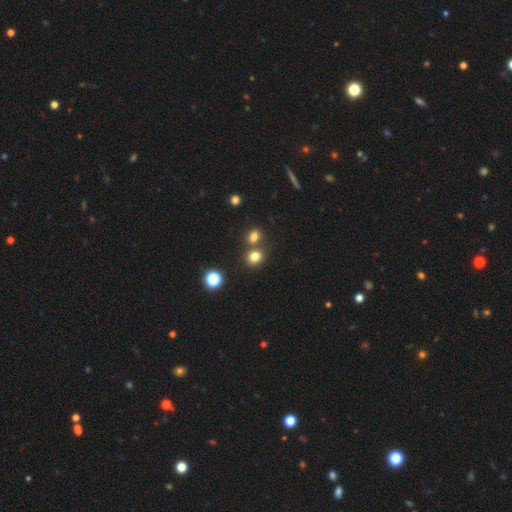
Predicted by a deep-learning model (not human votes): smooth_or_featured: smooth (p=0.78) [alt: star or artifact p=0.16]
how_rounded: round (p=0.77) [alt: in between p=0.22]
merging: none (p=0.63) [alt: merger p=0.26]